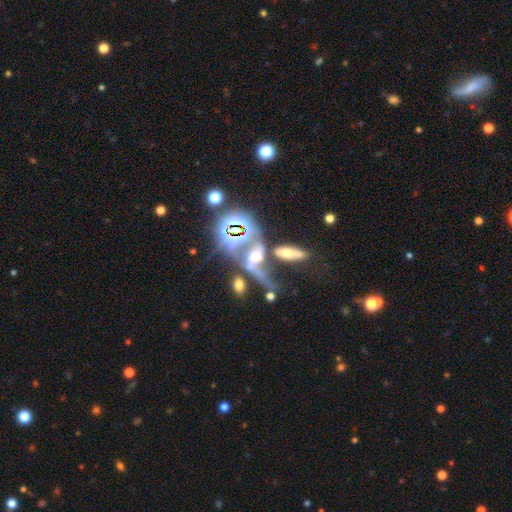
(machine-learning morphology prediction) featured or disk 51%, star or artifact 26%, smooth 23%. Down the decision tree: edge-on disk — no (81%); merging — merger (48%).